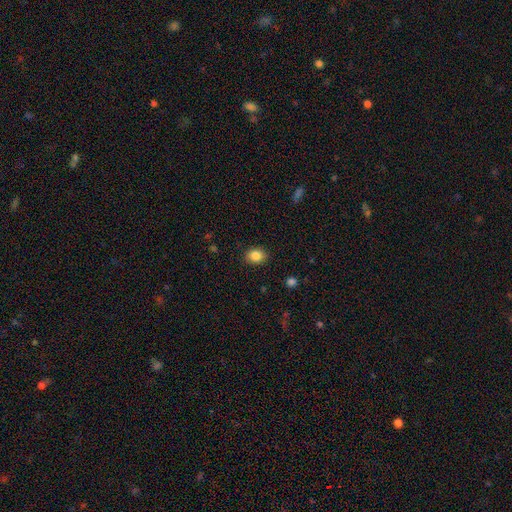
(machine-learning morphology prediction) Smooth or featured: smooth — 85% (star or artifact — 10%)
How rounded: in between — 50% (round — 49%)
Merging: none — 87% (minor disturbance — 9%)